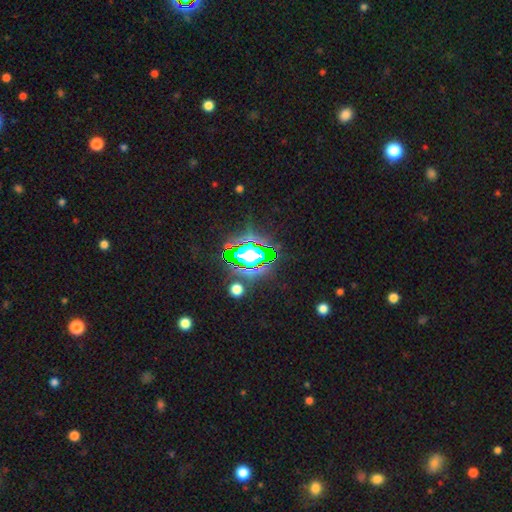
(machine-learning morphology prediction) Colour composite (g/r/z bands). It shows a star or artifact, not a galaxy (84%).